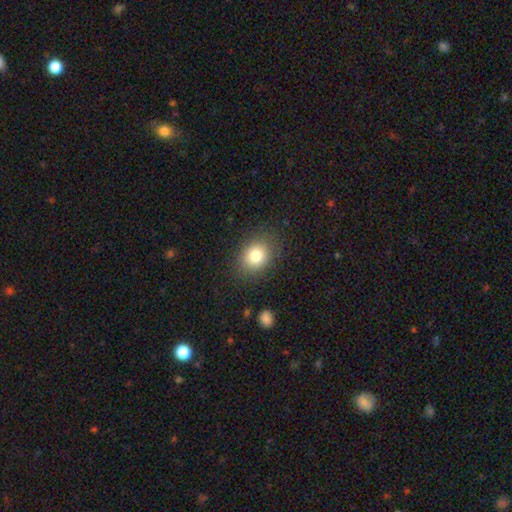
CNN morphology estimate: Smooth or featured: smooth — 80% (star or artifact — 11%)
How rounded: round — 53% (in between — 46%)
Merging: none — 84% (minor disturbance — 10%)